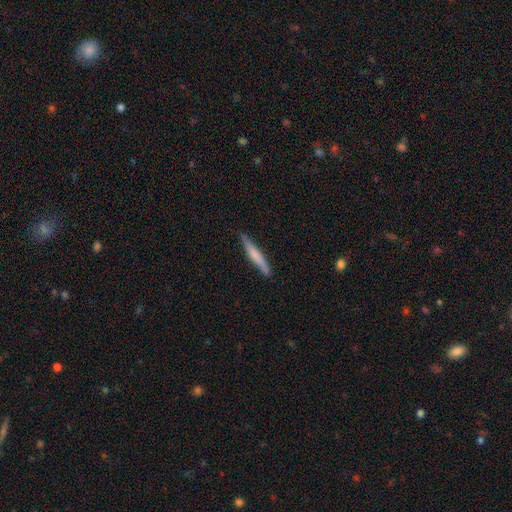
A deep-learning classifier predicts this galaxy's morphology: Overall: smooth (58%; featured or disk 37%). How rounded: cigar-shaped (95%). Merging: none (85%).